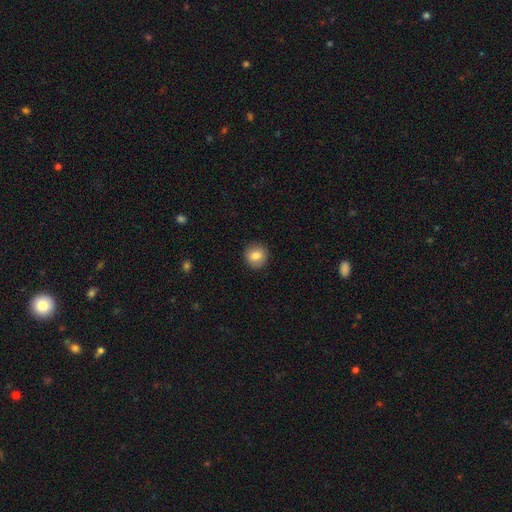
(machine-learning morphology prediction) Smooth or featured? Predicted: smooth (p=0.82). How rounded? Predicted: round (p=0.89). Merging? Predicted: none (p=0.91).